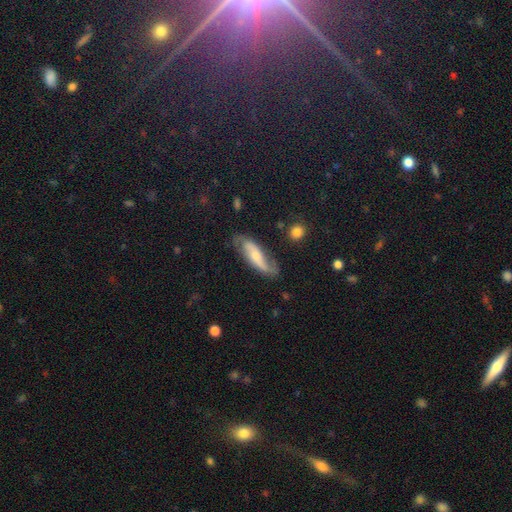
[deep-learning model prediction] Smooth or featured?
  - featured or disk: 68% *
  - smooth: 26%
  - star or artifact: 6%
Edge-on disk?
  - no: 83% *
  - yes: 17%
Bar?
  - no: 49% *
  - weak: 30%
  - strong: 20%
Spiral arms?
  - yes: 90% *
  - no: 10%
Spiral winding?
  - loose: 57% *
  - medium: 29%
  - tight: 14%
Spiral arm count?
  - 2: 82% *
  - 1: 8%
  - can't tell: 7%
  - 3: 1%
  - 4: 1%
  - more than 4: 1%
Bulge size?
  - small: 46% *
  - moderate: 45%
  - large: 5%
  - none: 3%
  - dominant: 1%
Merging?
  - none: 65% *
  - minor disturbance: 22%
  - major disturbance: 10%
  - merger: 3%